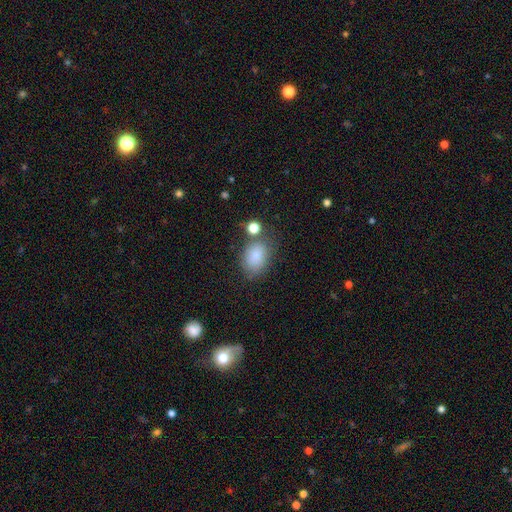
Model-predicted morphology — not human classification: A smooth galaxy with no disk features (83%) that is in between round and cigar-shaped (76%).

Vote fractions:
- Smooth or featured? smooth: 83% / star or artifact: 10% / featured or disk: 7%
- How rounded? in between: 76% / round: 23% / cigar-shaped: 1%
- Merging? none: 63% / minor disturbance: 19% / merger: 11% / major disturbance: 7%